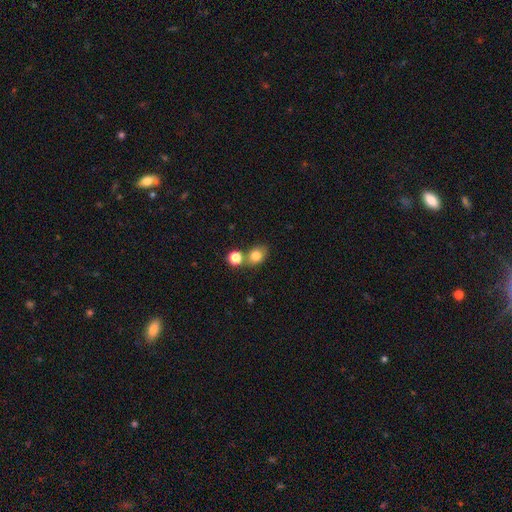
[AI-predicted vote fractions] A smooth galaxy with no disk features (80%) that is round (52%). Merging: none (57%).